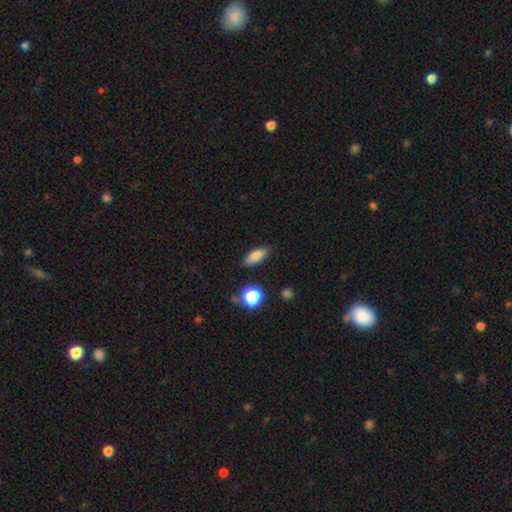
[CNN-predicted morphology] A smooth galaxy with no disk features (81%) that is in between round and cigar-shaped (71%).

Vote fractions:
- Smooth or featured? smooth: 81% / star or artifact: 10% / featured or disk: 9%
- How rounded? in between: 71% / cigar-shaped: 23% / round: 5%
- Merging? none: 83% / minor disturbance: 12% / major disturbance: 3% / merger: 2%